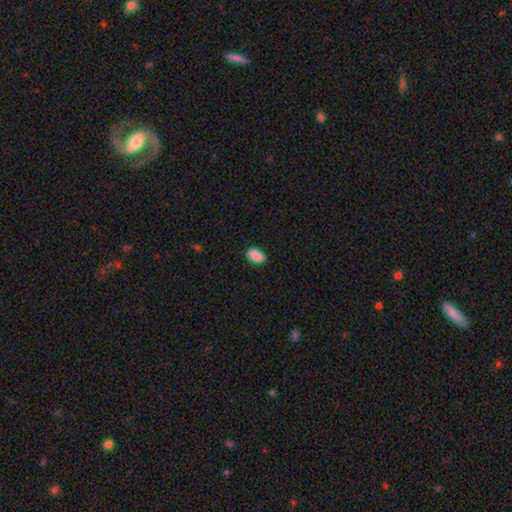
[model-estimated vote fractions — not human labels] Overall: smooth (90%). How rounded: in between (91%). Merging: none (87%).